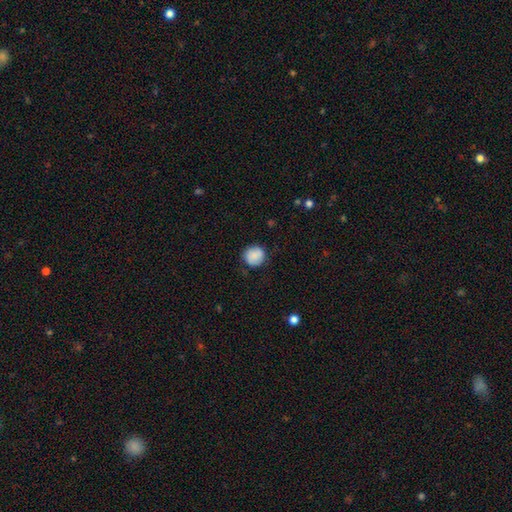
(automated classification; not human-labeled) Overall: smooth (84%). How rounded: round (88%). Merging: none (78%).